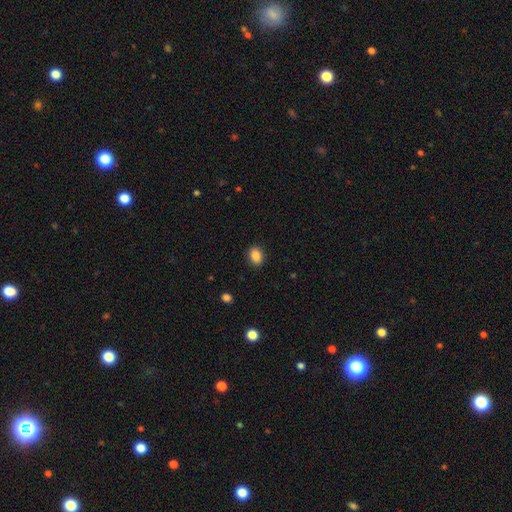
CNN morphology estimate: Q: Smooth or featured?
A: smooth (88%); runner-up: star or artifact (9%)
Q: How rounded?
A: in between (71%); runner-up: round (28%)
Q: Merging?
A: none (89%); runner-up: minor disturbance (8%)